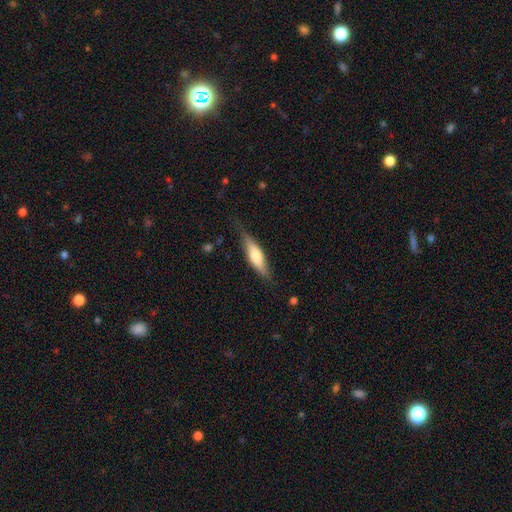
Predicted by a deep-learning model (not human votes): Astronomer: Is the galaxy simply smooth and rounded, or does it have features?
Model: smooth — 57% (runner-up: featured or disk, 37%).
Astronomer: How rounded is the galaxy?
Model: cigar-shaped — 59% (runner-up: in between, 40%).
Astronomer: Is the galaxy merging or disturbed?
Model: none — 70%.